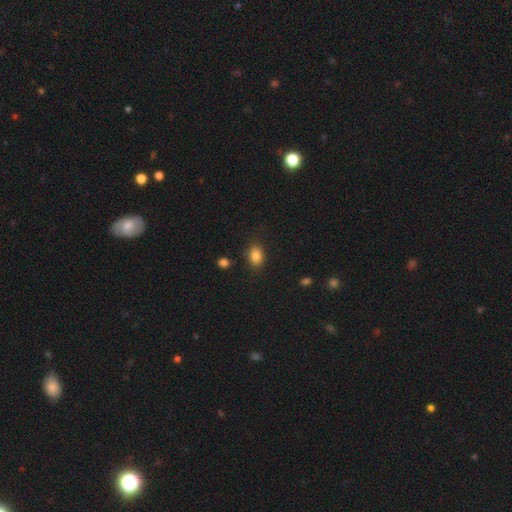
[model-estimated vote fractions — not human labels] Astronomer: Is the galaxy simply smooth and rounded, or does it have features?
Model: smooth — 84%.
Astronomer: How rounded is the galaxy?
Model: in between — 71%.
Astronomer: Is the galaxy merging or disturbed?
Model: none — 81%.